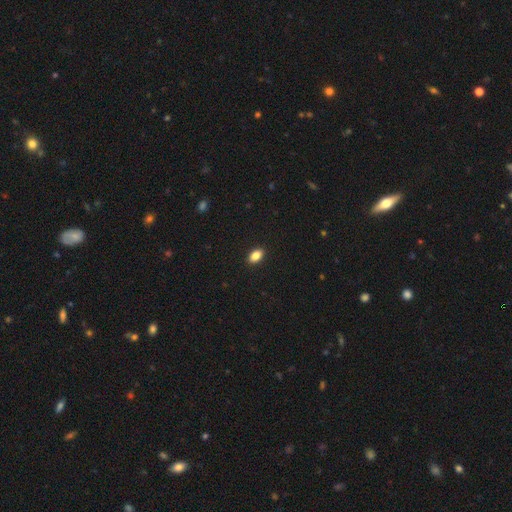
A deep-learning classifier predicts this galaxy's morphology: A smooth galaxy with no disk features (85%) that is in between round and cigar-shaped (89%). Merging: none (90%).